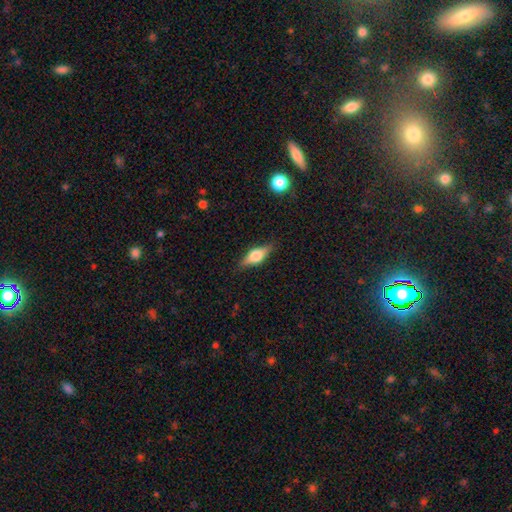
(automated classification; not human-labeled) Overall: featured or disk (50%; smooth 43%). Merging: none (84%).